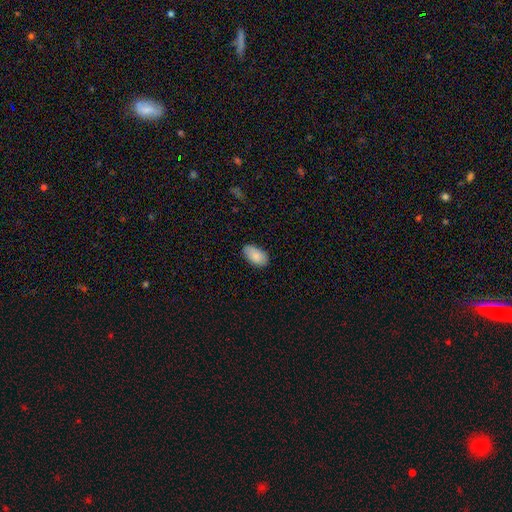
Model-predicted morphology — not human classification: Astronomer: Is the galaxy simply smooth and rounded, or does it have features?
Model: smooth — 85%.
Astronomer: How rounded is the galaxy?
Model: in between — 94%.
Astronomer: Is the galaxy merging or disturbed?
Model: none — 80%.